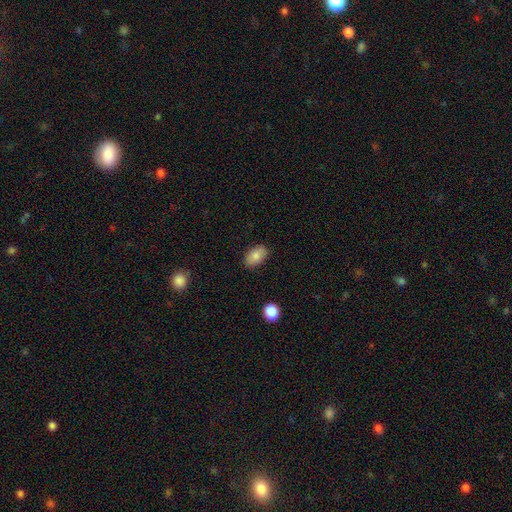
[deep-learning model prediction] A smooth galaxy with no disk features (82%) that is in between round and cigar-shaped (92%). Merging: none (84%).